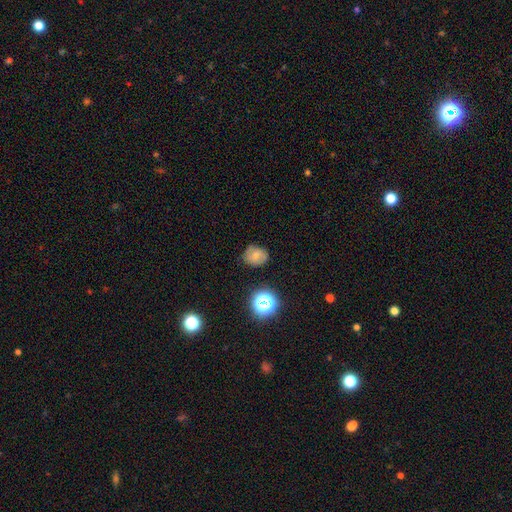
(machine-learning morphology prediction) A smooth galaxy with no disk features (64%) that is round (59%). Merging: none (73%).